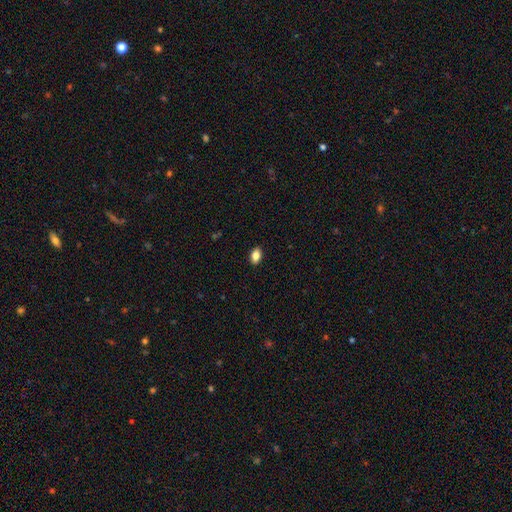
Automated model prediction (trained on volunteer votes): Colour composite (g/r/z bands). It shows a smooth galaxy with no disk features (83%) that is in between round and cigar-shaped (87%). Merging: none (89%).